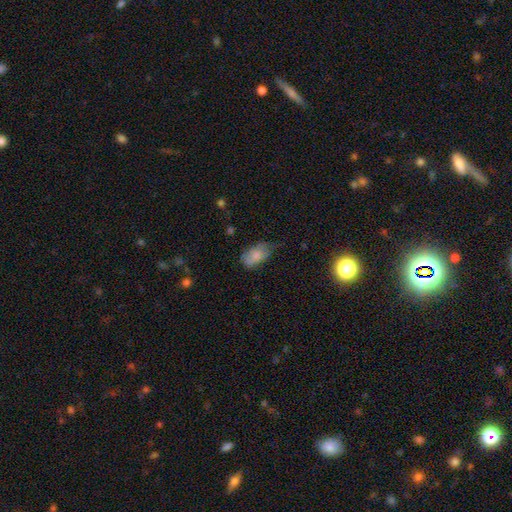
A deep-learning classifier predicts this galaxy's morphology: This is likely a smooth galaxy (77%). How rounded: clearly in between (93%). Merging: possibly none (48%).